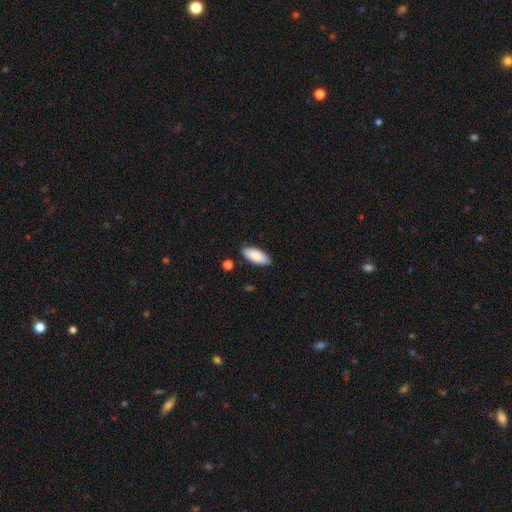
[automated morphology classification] A smooth galaxy with no disk features (87%) that is in between round and cigar-shaped (84%).

Vote fractions:
- Smooth or featured? smooth: 87% / featured or disk: 8% / star or artifact: 6%
- How rounded? in between: 84% / cigar-shaped: 14% / round: 2%
- Merging? none: 86% / minor disturbance: 10% / major disturbance: 2% / merger: 2%